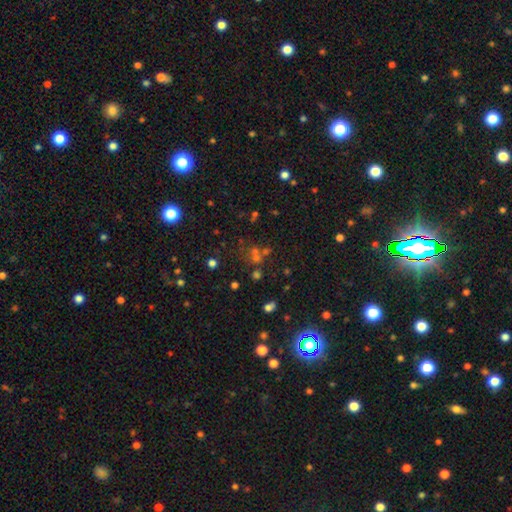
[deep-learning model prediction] Smooth or featured?
  - star or artifact: 53% *
  - smooth: 35%
  - featured or disk: 13%